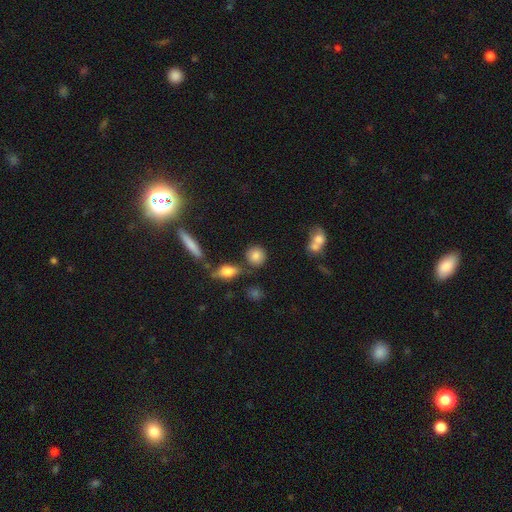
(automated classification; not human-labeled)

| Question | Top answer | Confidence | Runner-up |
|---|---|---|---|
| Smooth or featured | smooth | 82% | star or artifact (9%) |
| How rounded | round | 82% | in between (15%) |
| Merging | none | 77% | minor disturbance (11%) |